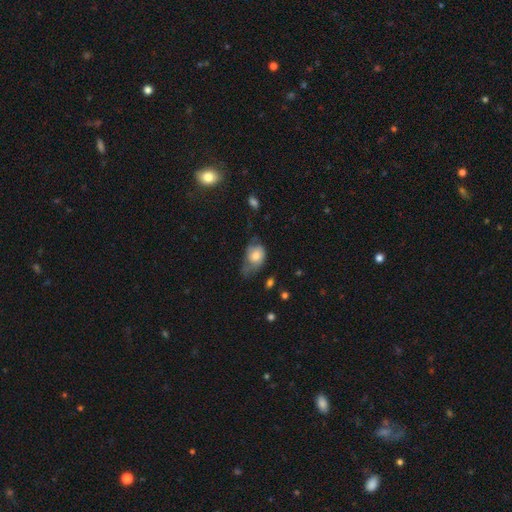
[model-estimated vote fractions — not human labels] smooth 65%, featured or disk 27%, star or artifact 8%. Down the decision tree: how rounded — in between (73%); merging — minor disturbance (38%).